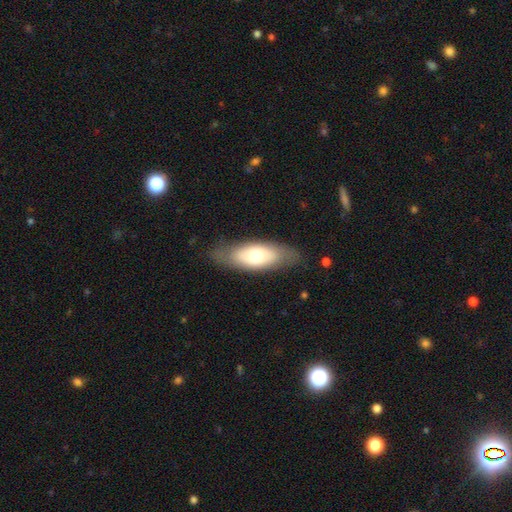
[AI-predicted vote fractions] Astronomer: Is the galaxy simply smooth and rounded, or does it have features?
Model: smooth — 59% (runner-up: featured or disk, 35%).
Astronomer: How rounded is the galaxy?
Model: in between — 79%.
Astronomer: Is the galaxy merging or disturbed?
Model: none — 76%.